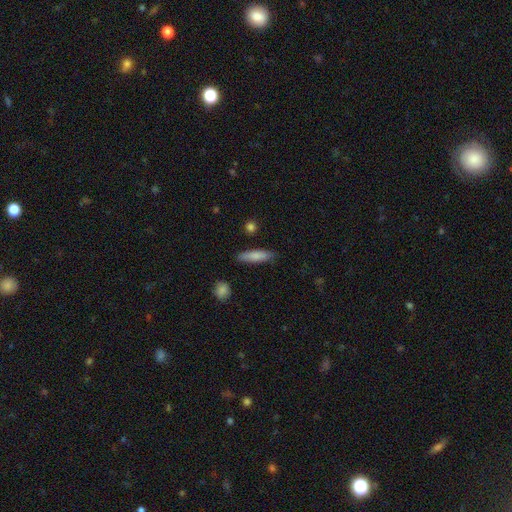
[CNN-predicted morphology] smooth_or_featured: smooth (p=0.81) [alt: featured or disk p=0.13]
how_rounded: cigar-shaped (p=0.72) [alt: in between p=0.26]
merging: none (p=0.86) [alt: minor disturbance p=0.10]